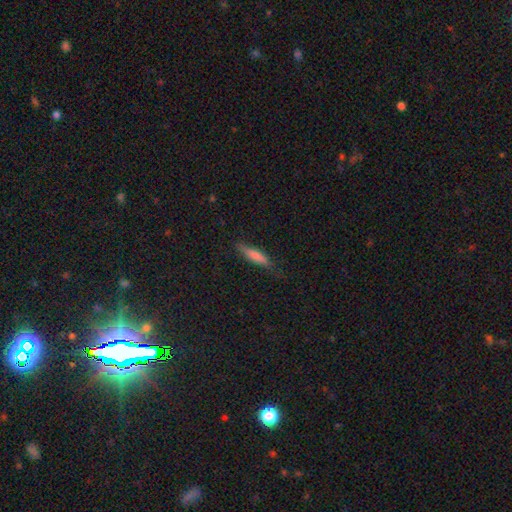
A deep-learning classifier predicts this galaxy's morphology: smooth 77%, featured or disk 17%, star or artifact 6%. Down the decision tree: how rounded — cigar-shaped (77%); merging — none (75%).